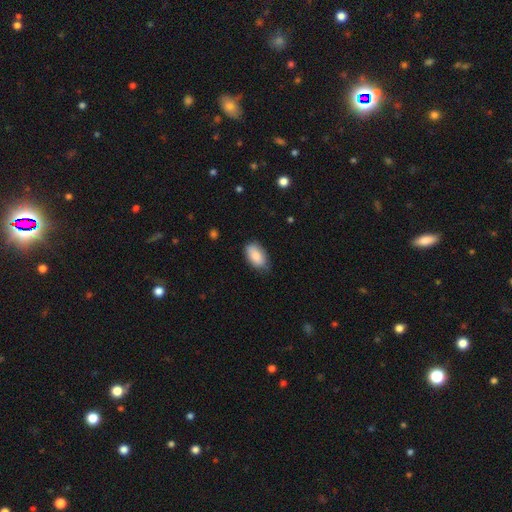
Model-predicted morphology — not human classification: smooth 86%, featured or disk 7%, star or artifact 6%. Down the decision tree: how rounded — in between (94%); merging — none (73%).